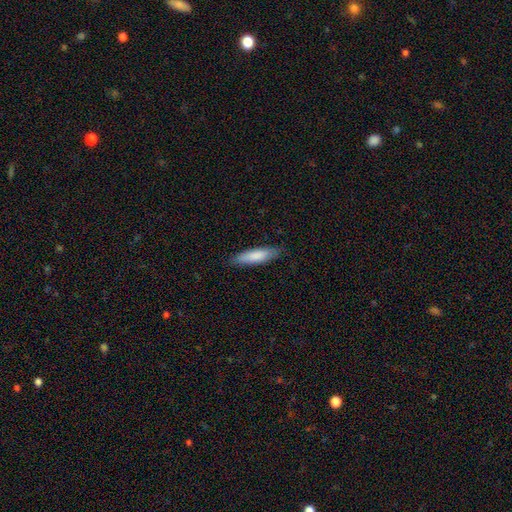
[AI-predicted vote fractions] This is clearly a smooth galaxy (82%). How rounded: likely cigar-shaped (71%). Merging: clearly none (85%).